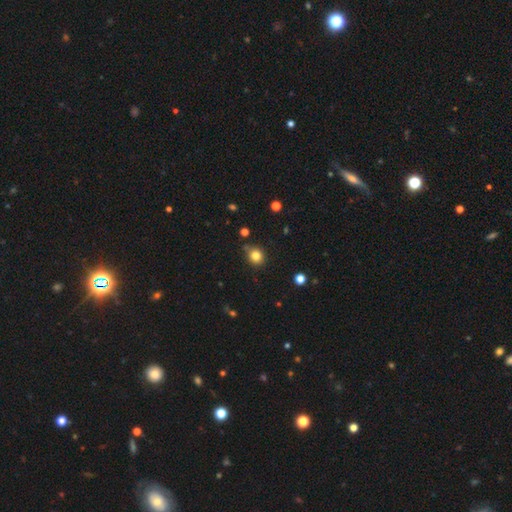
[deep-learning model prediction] smooth_or_featured: smooth (p=0.81) [alt: star or artifact p=0.13]
how_rounded: round (p=0.80) [alt: in between p=0.19]
merging: none (p=0.76) [alt: minor disturbance p=0.16]